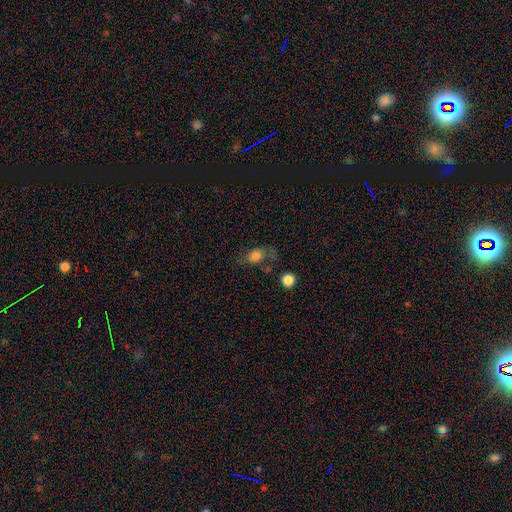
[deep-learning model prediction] Smooth or featured: smooth — 73% (featured or disk — 16%)
How rounded: in between — 66% (round — 31%)
Merging: none — 50% (minor disturbance — 23%)